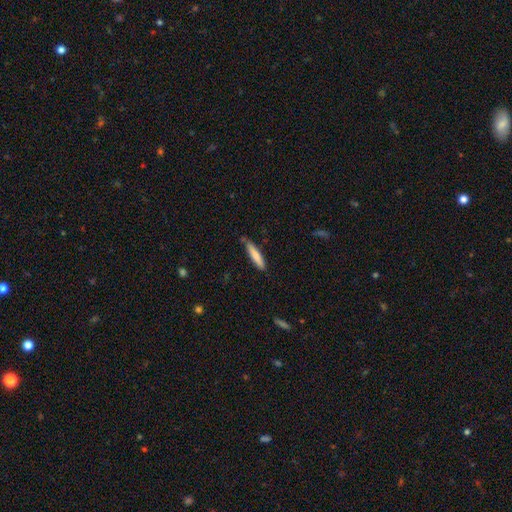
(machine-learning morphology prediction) This appears to be a smooth galaxy with no disk features (79%) that is cigar-shaped (87%). Merging: none (79%).